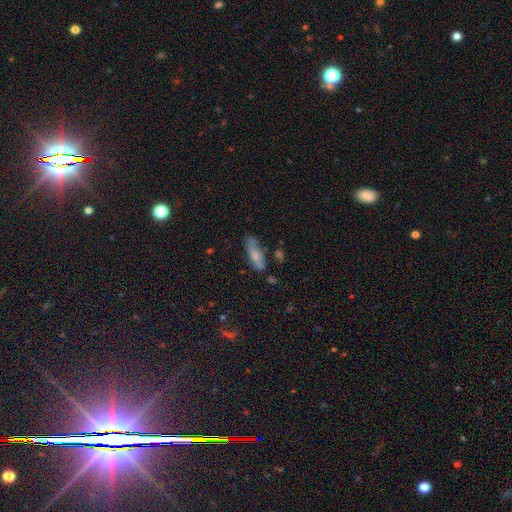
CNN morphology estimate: Smooth or featured: smooth — 69% (featured or disk — 22%)
How rounded: in between — 52% (cigar-shaped — 45%)
Merging: none — 61% (minor disturbance — 25%)